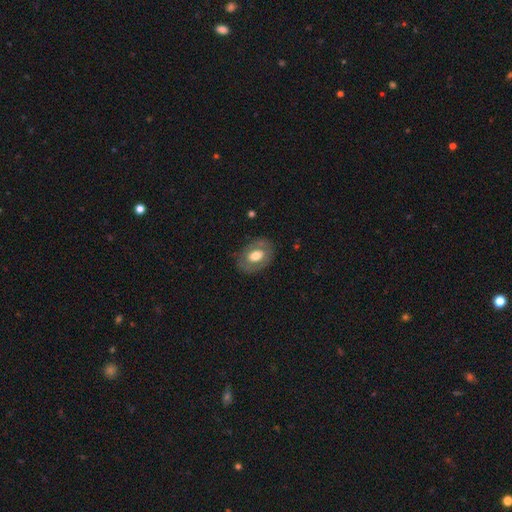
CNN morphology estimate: Smooth or featured?
  - smooth: 52% *
  - featured or disk: 42%
  - star or artifact: 6%
How rounded?
  - in between: 79% *
  - round: 20%
  - cigar-shaped: 1%
Merging?
  - none: 78% *
  - minor disturbance: 15%
  - major disturbance: 6%
  - merger: 1%